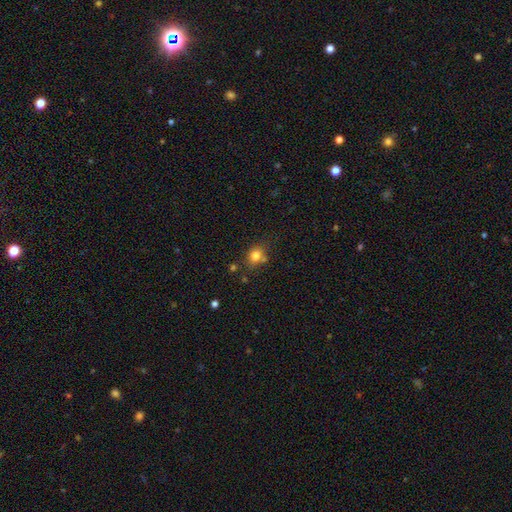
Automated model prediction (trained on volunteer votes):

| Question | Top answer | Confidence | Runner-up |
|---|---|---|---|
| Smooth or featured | smooth | 80% | star or artifact (12%) |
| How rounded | round | 56% | in between (43%) |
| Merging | none | 66% | minor disturbance (16%) |